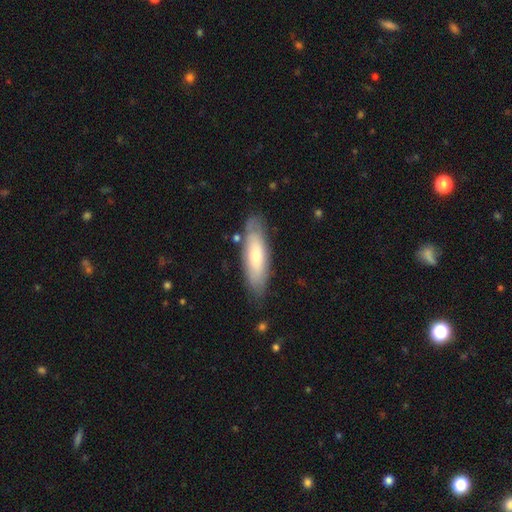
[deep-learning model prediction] smooth_or_featured: smooth (p=0.59) [alt: featured or disk p=0.35]
how_rounded: in between (p=0.49) [tied with: cigar-shaped p=0.49]
merging: none (p=0.79) [alt: minor disturbance p=0.15]